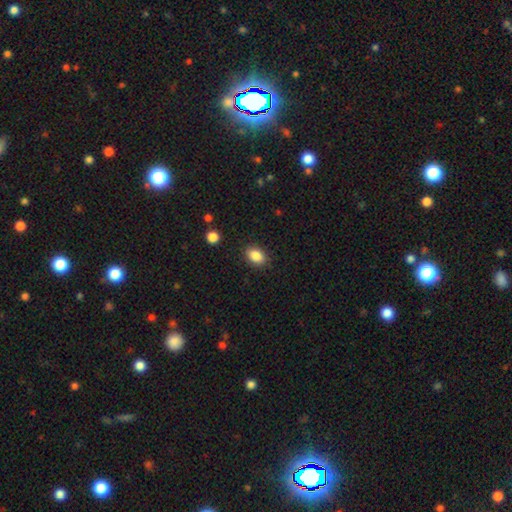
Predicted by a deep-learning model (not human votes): Smooth or featured? smooth (87%)
How rounded? in between (80%)
Merging? none (87%)